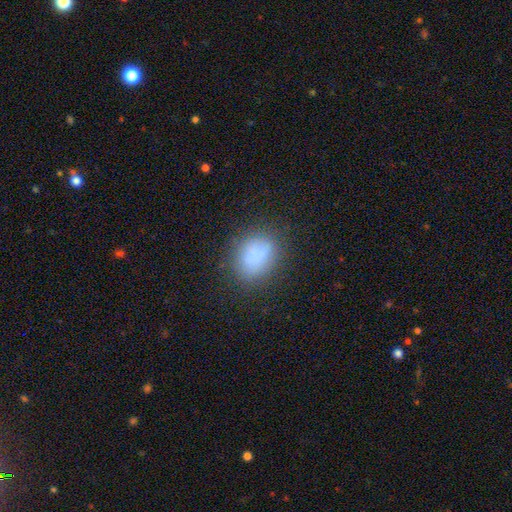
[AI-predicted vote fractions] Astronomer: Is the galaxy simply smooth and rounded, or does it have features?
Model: smooth — 81%.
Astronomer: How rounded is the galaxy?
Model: in between — 59% (runner-up: round, 39%).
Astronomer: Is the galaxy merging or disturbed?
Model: none — 76%.